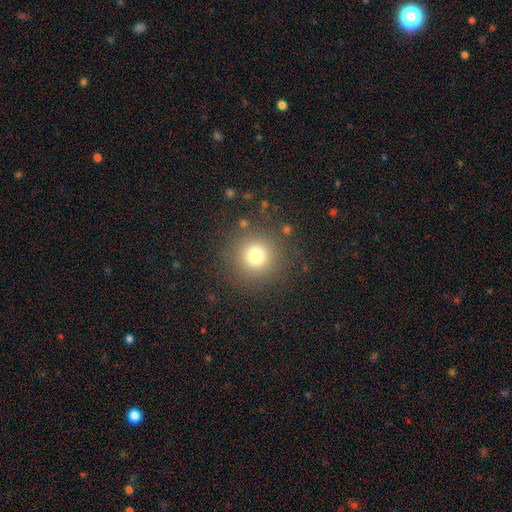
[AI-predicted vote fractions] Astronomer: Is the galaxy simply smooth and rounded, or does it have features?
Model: smooth — 76%.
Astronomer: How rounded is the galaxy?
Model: round — 95%.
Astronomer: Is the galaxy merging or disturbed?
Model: none — 87%.